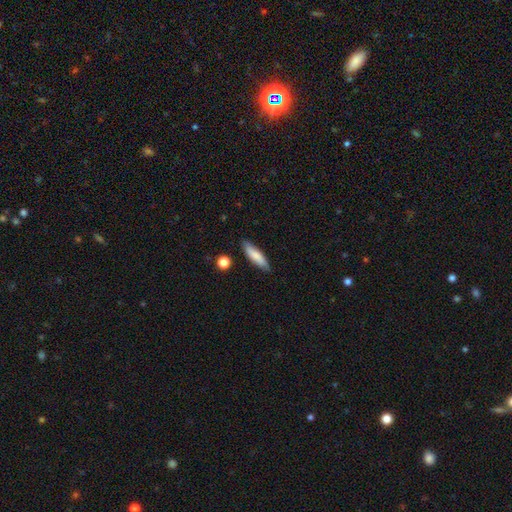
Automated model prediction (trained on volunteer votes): A smooth galaxy with no disk features (79%) that is cigar-shaped (65%). Merging: none (84%).